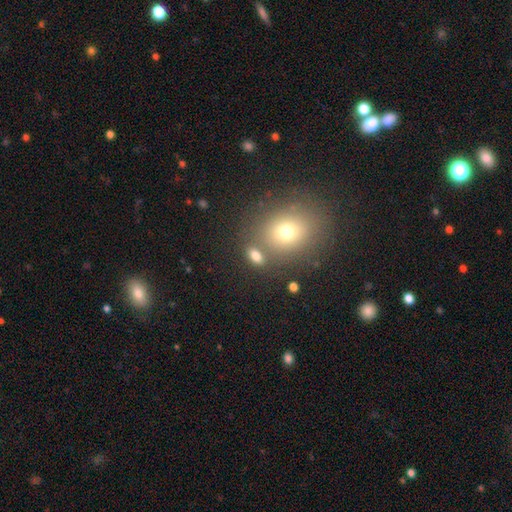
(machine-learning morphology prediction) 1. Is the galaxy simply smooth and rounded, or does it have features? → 75% smooth, 15% star or artifact, 10% featured or disk.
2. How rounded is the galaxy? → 74% in between, 22% round, 4% cigar-shaped.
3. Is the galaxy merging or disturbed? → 66% none, 18% merger, 11% minor disturbance, 5% major disturbance.